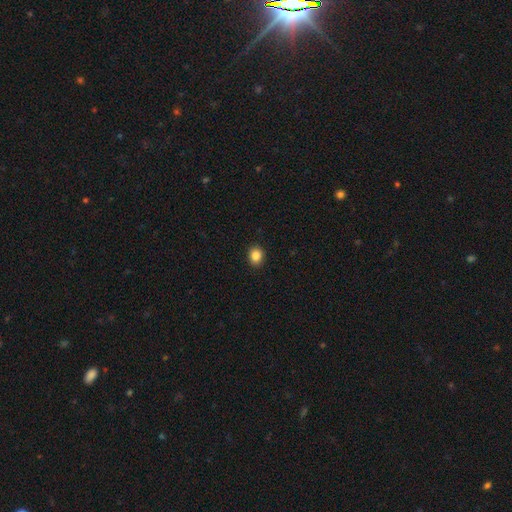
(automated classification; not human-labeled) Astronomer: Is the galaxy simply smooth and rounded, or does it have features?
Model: smooth — 85%.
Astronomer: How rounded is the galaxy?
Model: round — 66%.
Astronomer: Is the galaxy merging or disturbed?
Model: none — 91%.